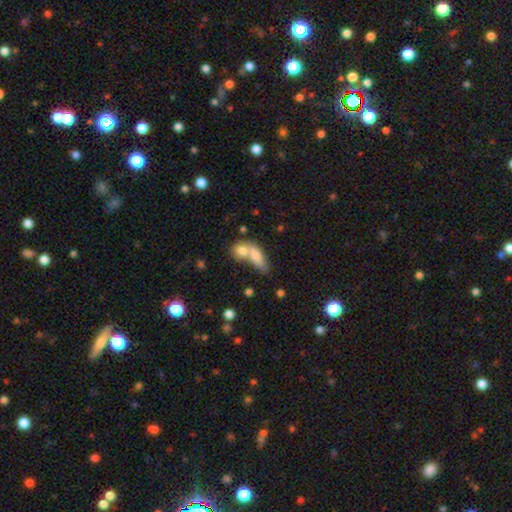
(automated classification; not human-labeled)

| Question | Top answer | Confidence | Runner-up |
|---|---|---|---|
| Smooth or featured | smooth | 74% | featured or disk (18%) |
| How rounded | in between | 67% | cigar-shaped (23%) |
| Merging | merger | 62% | none (25%) |